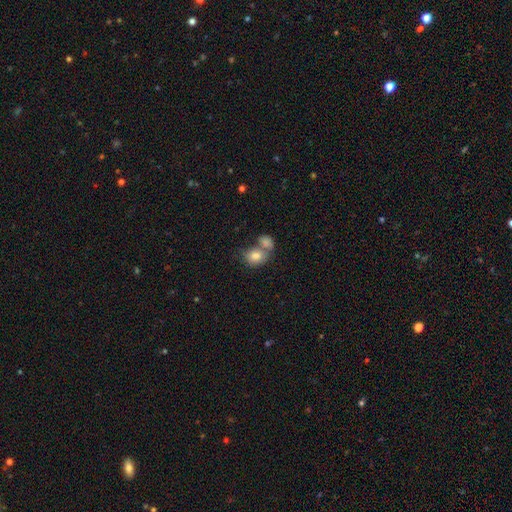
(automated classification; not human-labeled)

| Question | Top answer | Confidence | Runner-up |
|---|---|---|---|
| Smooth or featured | smooth | 81% | featured or disk (11%) |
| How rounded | round | 54% | in between (45%) |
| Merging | merger | 51% | none (33%) |